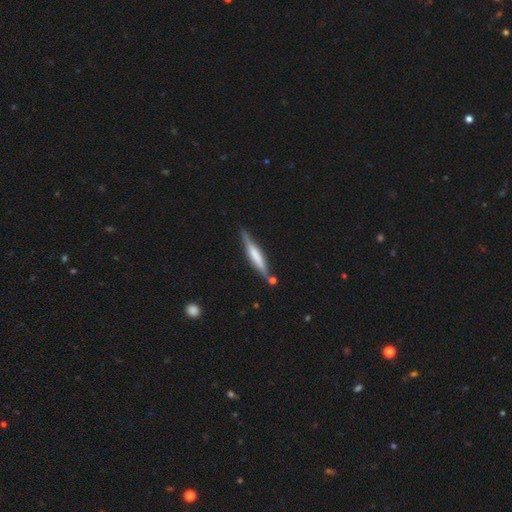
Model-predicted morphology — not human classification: This is possibly a featured or disk galaxy (52%). It is clearly viewed edge-on (96%). Merging: likely none (80%).